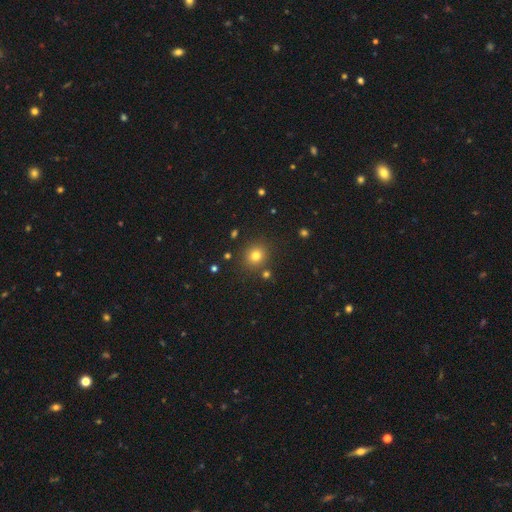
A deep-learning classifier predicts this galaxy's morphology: smooth_or_featured: smooth (p=0.77) [alt: star or artifact p=0.15]
how_rounded: round (p=0.85) [alt: in between p=0.14]
merging: none (p=0.85) [alt: minor disturbance p=0.08]